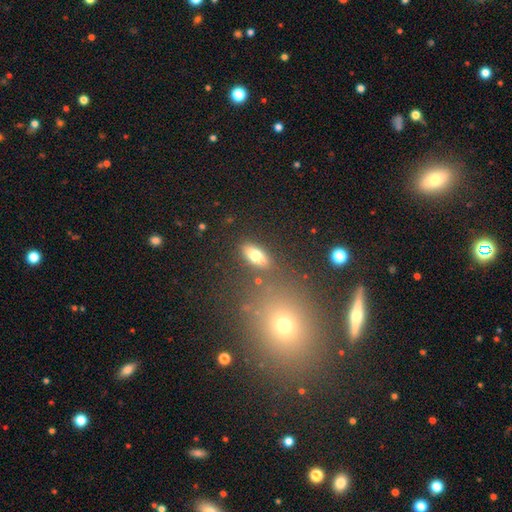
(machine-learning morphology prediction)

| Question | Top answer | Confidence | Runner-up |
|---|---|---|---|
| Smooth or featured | smooth | 74% | featured or disk (17%) |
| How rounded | in between | 81% | cigar-shaped (13%) |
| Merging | none | 82% | minor disturbance (10%) |